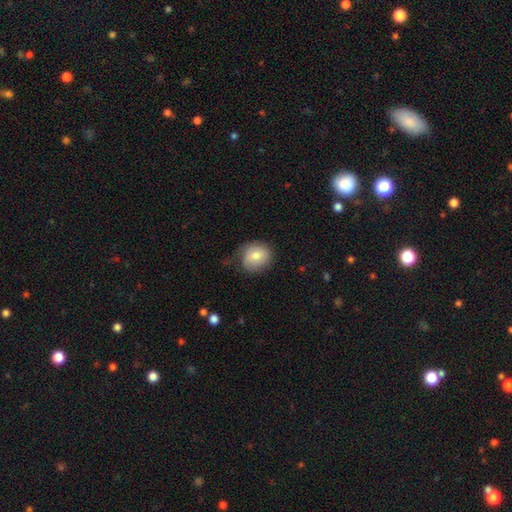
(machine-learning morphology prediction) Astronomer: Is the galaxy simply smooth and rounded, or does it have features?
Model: smooth — 74%.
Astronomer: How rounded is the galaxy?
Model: round — 68%.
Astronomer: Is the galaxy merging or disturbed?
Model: none — 54% (runner-up: minor disturbance, 30%).